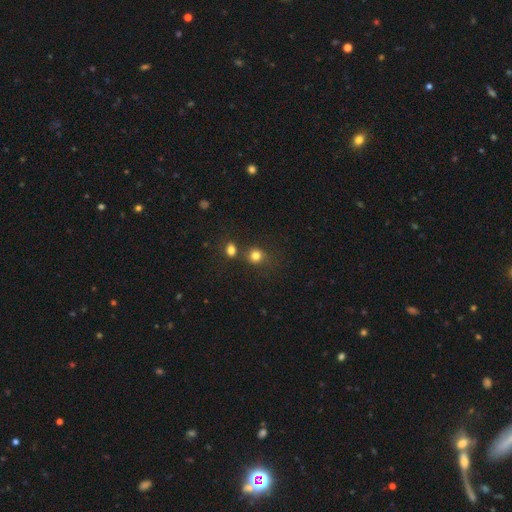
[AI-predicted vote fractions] Q: Smooth or featured?
A: smooth (79%); runner-up: star or artifact (14%)
Q: How rounded?
A: round (82%); runner-up: in between (17%)
Q: Merging?
A: none (64%); runner-up: merger (20%)